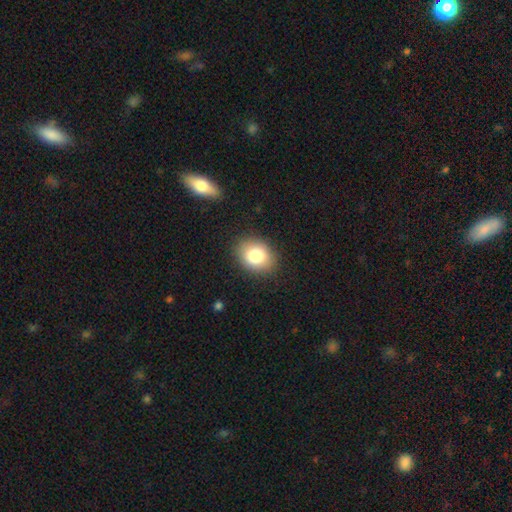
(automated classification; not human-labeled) This is clearly a smooth galaxy (82%). How rounded: possibly in between (60%). Merging: clearly none (87%).